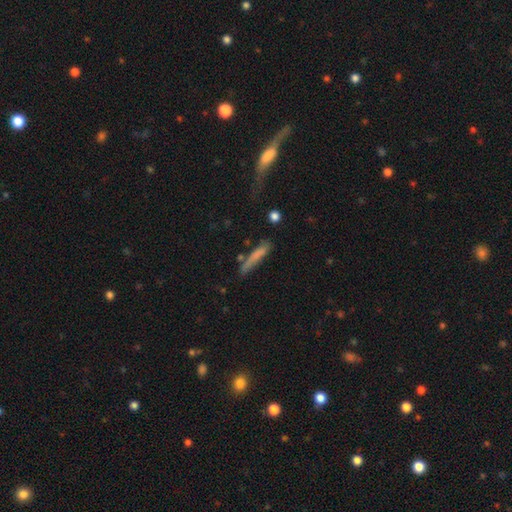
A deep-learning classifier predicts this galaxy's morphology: type=smooth (70%); roundness=cigar-shaped (91%); merging=none (67%).